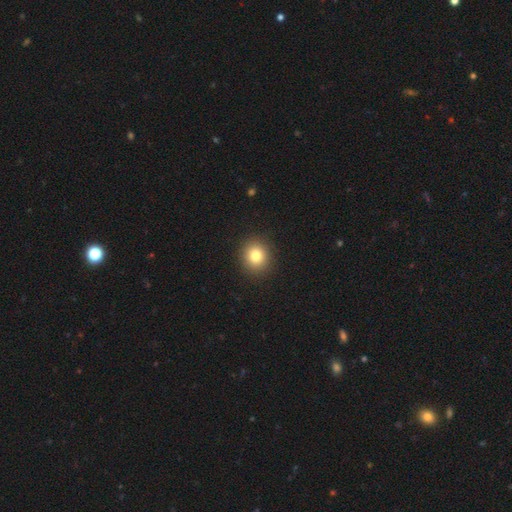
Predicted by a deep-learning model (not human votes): smooth-or-featured: smooth: 81% | star or artifact: 11% | featured or disk: 8%
  how-rounded: round: 82% | in between: 17% | cigar-shaped: 1%
  merging: none: 92% | minor disturbance: 5% | major disturbance: 2% | merger: 1%